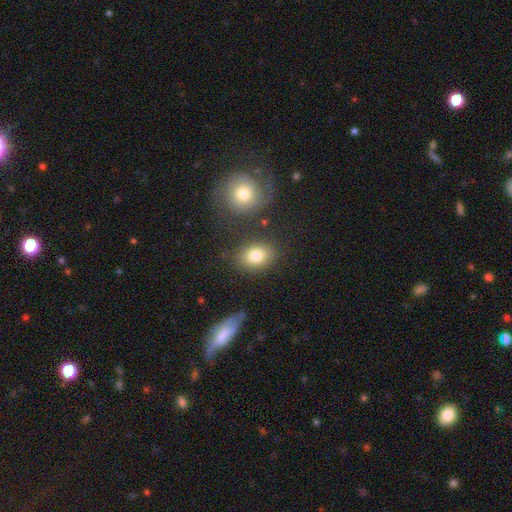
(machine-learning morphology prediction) This appears to be a smooth galaxy with no disk features (82%) that is in between round and cigar-shaped (69%). Merging: none (77%).